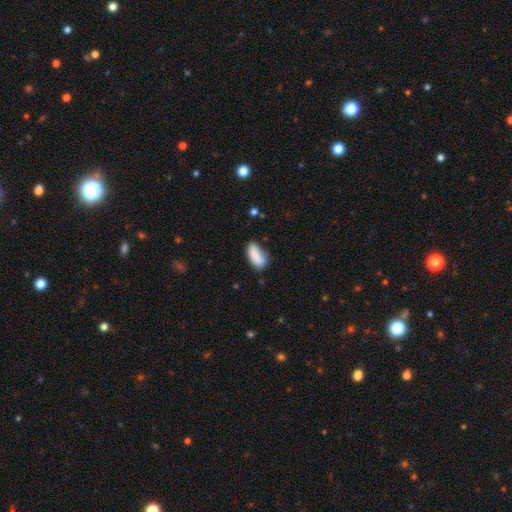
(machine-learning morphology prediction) A smooth galaxy with no disk features (85%) that is in between round and cigar-shaped (85%). Merging: none (60%).